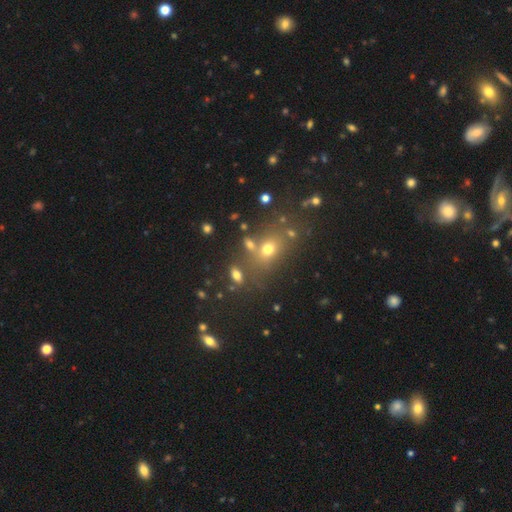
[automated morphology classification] Q: Smooth or featured?
A: smooth (43%); runner-up: star or artifact (41%)
Q: Merging?
A: none (62%); runner-up: merger (22%)